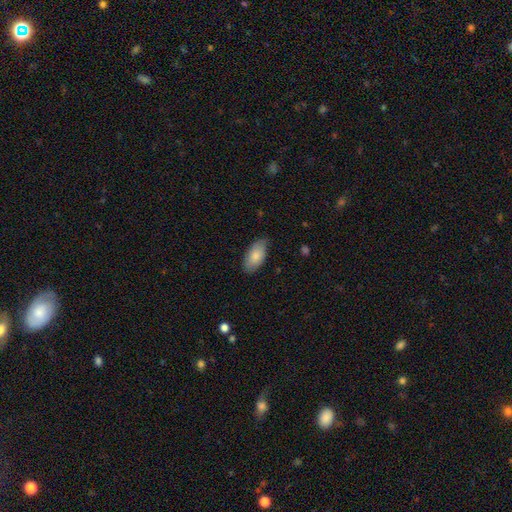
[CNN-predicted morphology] The model was most divided on "merging": none: 77%, minor disturbance: 19%, major disturbance: 3%, merger: 1%. More confident: how rounded — in between (93%); smooth or featured — smooth (83%).